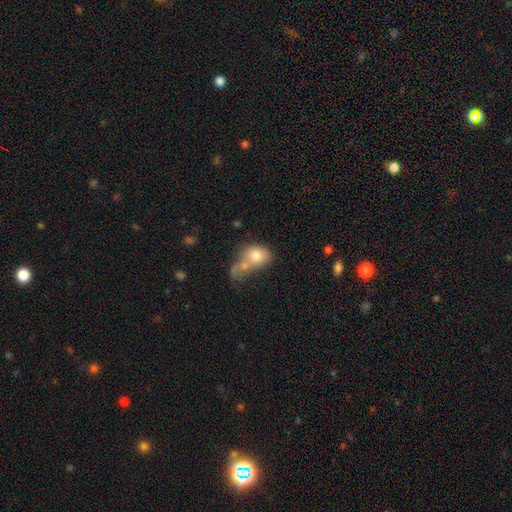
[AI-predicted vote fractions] Morphology: type=smooth (75%); roundness=in between (59%); merging=merger (59%).